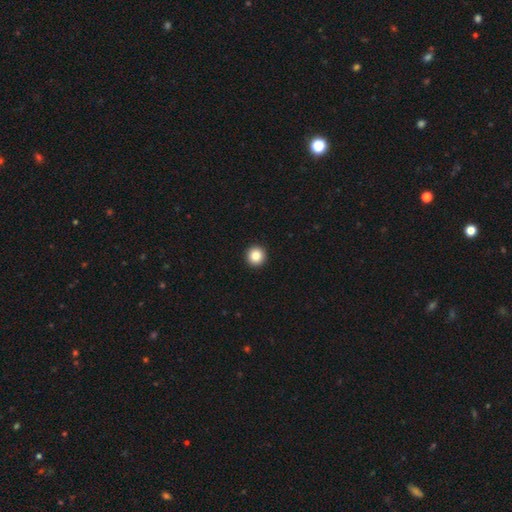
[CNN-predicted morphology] type=smooth (85%); roundness=round (96%); merging=none (94%).